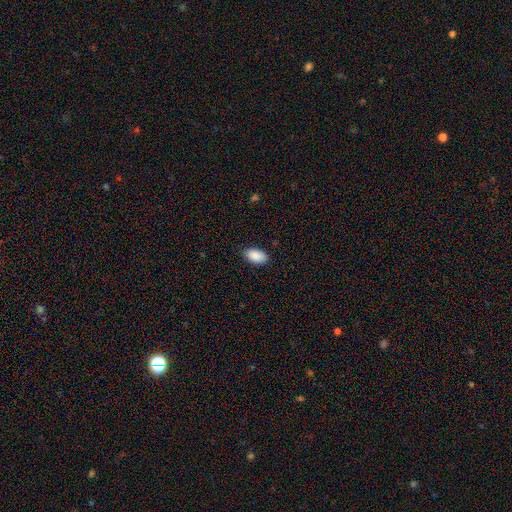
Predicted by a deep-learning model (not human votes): A smooth galaxy with no disk features (90%) that is in between round and cigar-shaped (94%). Merging: none (86%).